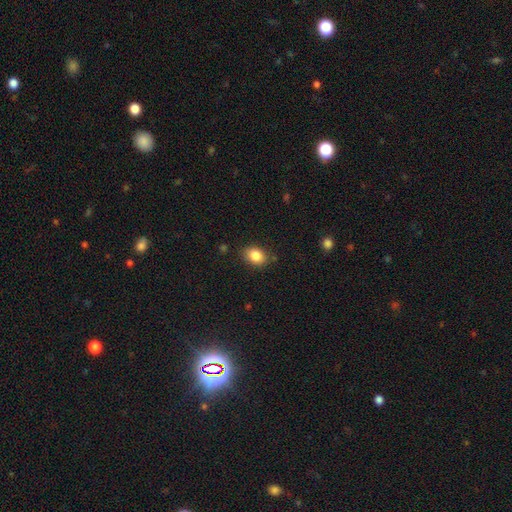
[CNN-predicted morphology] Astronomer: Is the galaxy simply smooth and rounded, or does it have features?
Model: smooth — 85%.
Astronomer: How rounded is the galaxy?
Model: in between — 70%.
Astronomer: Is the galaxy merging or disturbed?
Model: none — 81%.